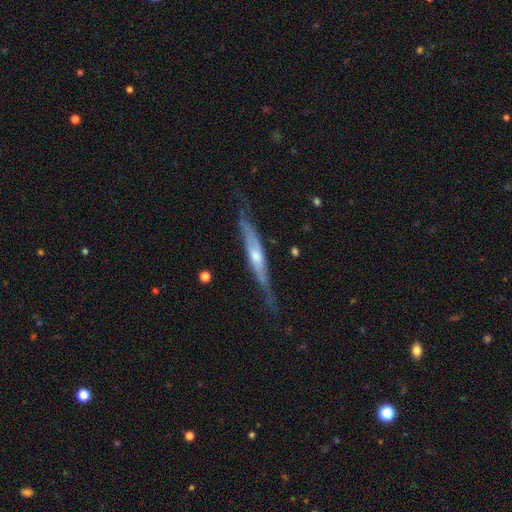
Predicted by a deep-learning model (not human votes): Smooth or featured? Predicted: featured or disk (p=0.71). Edge-on disk? Predicted: yes (p=0.88). Edge-on bulge? Predicted: rounded (p=0.62). Merging? Predicted: none (p=0.67).